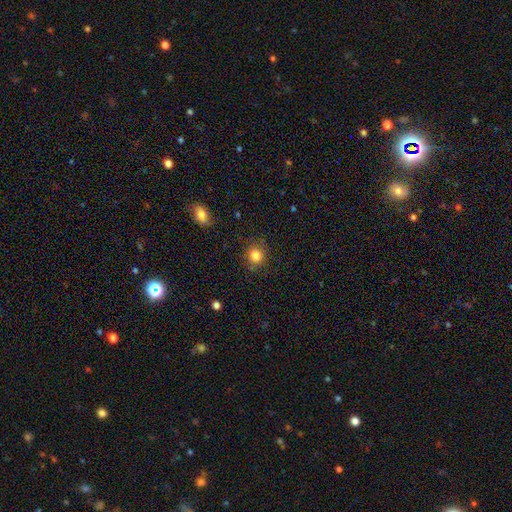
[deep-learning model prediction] A smooth galaxy with no disk features (83%) that is round (89%).

Vote fractions:
- Smooth or featured? smooth: 83% / star or artifact: 11% / featured or disk: 5%
- How rounded? round: 89% / in between: 10% / cigar-shaped: 1%
- Merging? none: 85% / minor disturbance: 10% / major disturbance: 3% / merger: 2%